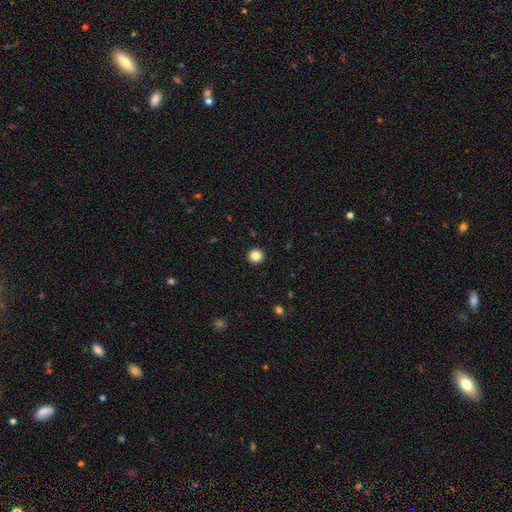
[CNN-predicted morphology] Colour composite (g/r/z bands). It shows a smooth galaxy with no disk features (85%) that is round (95%). Merging: none (94%).